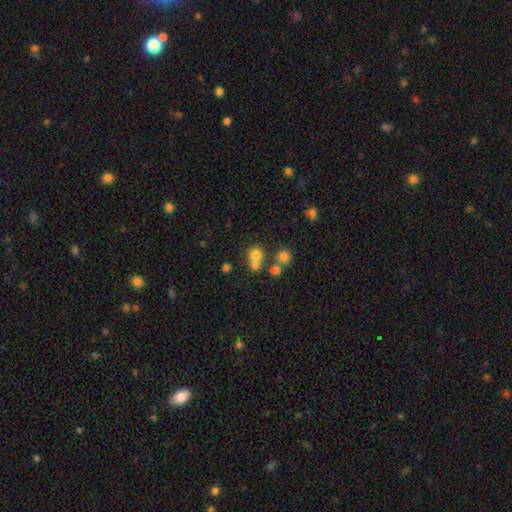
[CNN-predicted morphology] Smooth or featured? Predicted: smooth (p=0.71). How rounded? Predicted: round (p=0.86). Merging? Predicted: none (p=0.52).